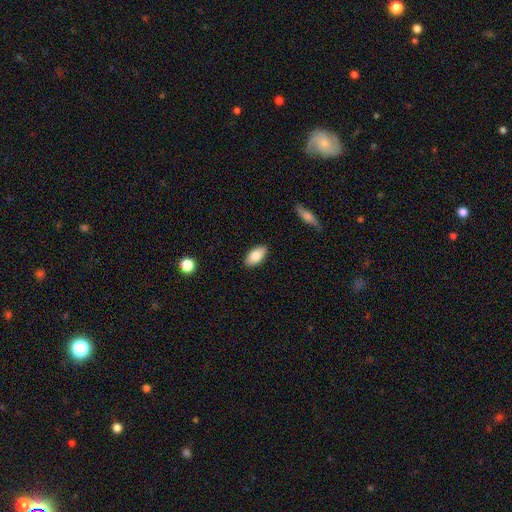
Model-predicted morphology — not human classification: type=smooth (82%); roundness=in between (92%); merging=none (87%).